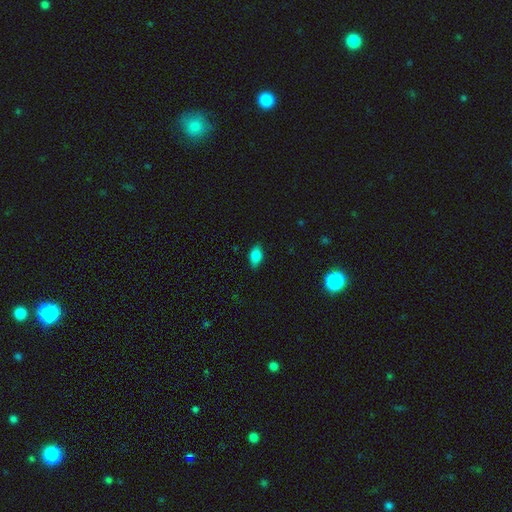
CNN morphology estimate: Overall: smooth (81%). How rounded: in between (87%). Merging: none (83%).